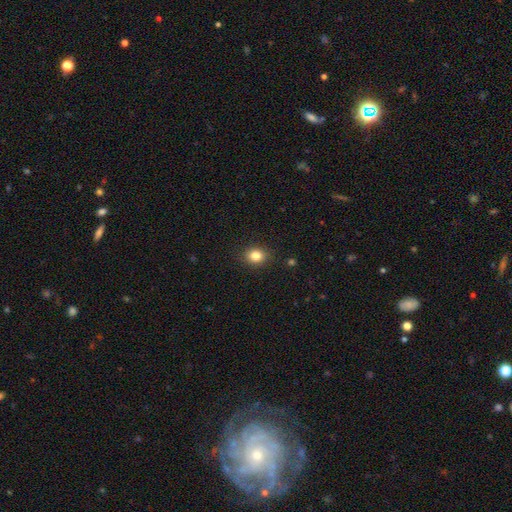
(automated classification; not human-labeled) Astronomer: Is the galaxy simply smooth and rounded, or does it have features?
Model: smooth — 83%.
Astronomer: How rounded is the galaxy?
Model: round — 58% (runner-up: in between, 41%).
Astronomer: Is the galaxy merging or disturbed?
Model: none — 89%.